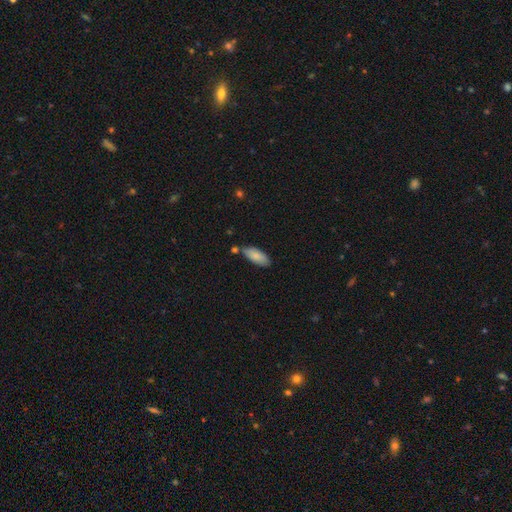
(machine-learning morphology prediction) Smooth or featured: smooth — 85% (featured or disk — 9%)
How rounded: in between — 81% (cigar-shaped — 17%)
Merging: none — 71% (minor disturbance — 18%)